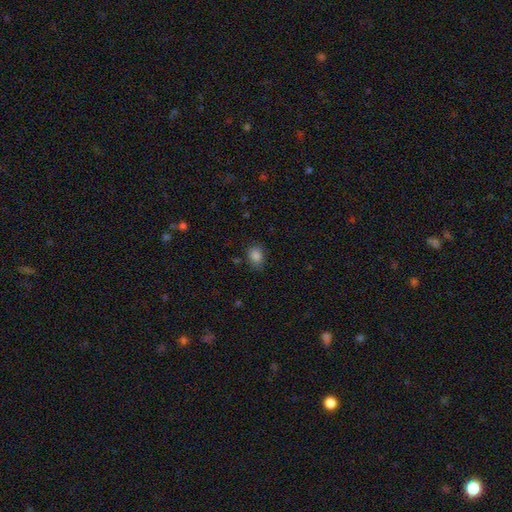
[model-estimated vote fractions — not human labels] A smooth galaxy with no disk features (85%) that is in between round and cigar-shaped (58%).

Vote fractions:
- Smooth or featured? smooth: 85% / star or artifact: 11% / featured or disk: 5%
- How rounded? in between: 58% / round: 41% / cigar-shaped: 1%
- Merging? none: 76% / minor disturbance: 18% / major disturbance: 4% / merger: 2%